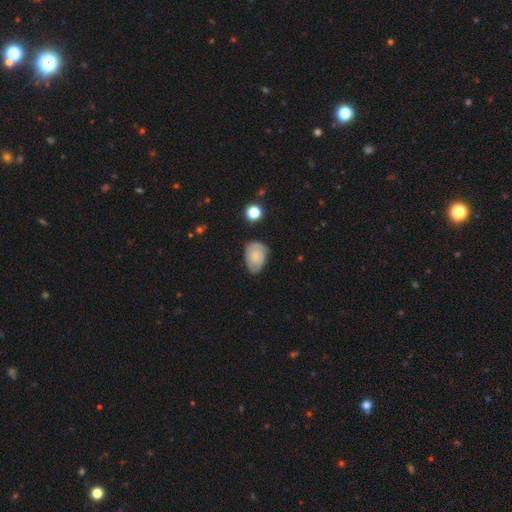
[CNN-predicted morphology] The model was most divided on "smooth or featured": smooth: 53%, featured or disk: 38%, star or artifact: 9%. More confident: how rounded — in between (78%); merging — none (65%).